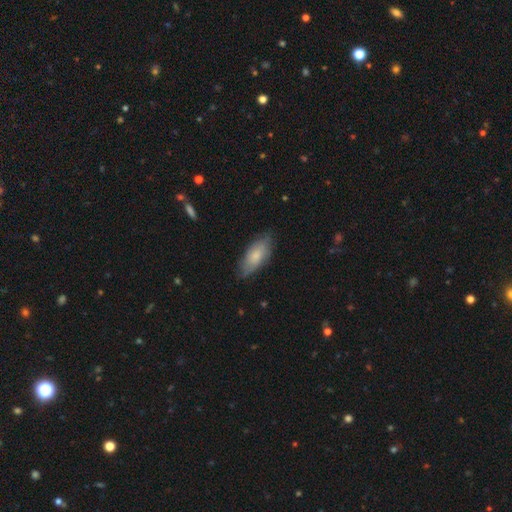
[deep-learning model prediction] The model was most divided on "smooth or featured": smooth: 70%, featured or disk: 24%, star or artifact: 6%. More confident: how rounded — in between (81%); merging — none (72%).